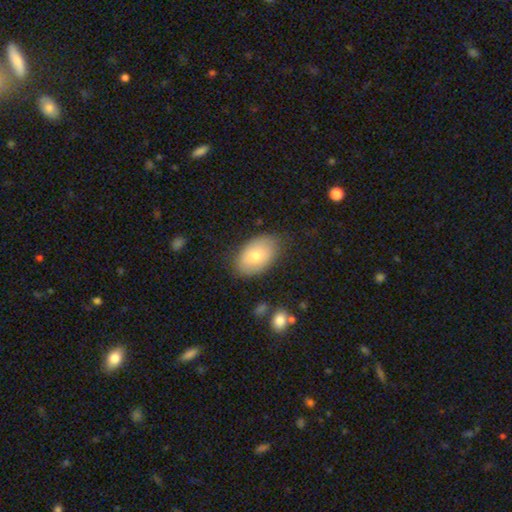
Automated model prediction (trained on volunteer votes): Morphology: type=smooth (75%); roundness=in between (91%); merging=none (78%).